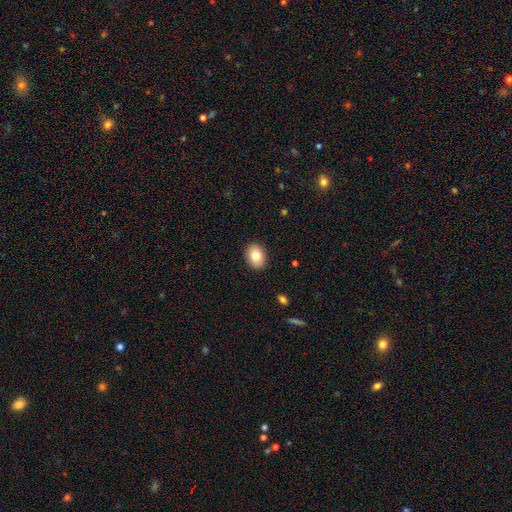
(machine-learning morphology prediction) A smooth galaxy with no disk features (82%) that is in between round and cigar-shaped (73%).

Vote fractions:
- Smooth or featured? smooth: 82% / featured or disk: 10% / star or artifact: 8%
- How rounded? in between: 73% / round: 26% / cigar-shaped: 1%
- Merging? none: 90% / minor disturbance: 7% / major disturbance: 2% / merger: 1%